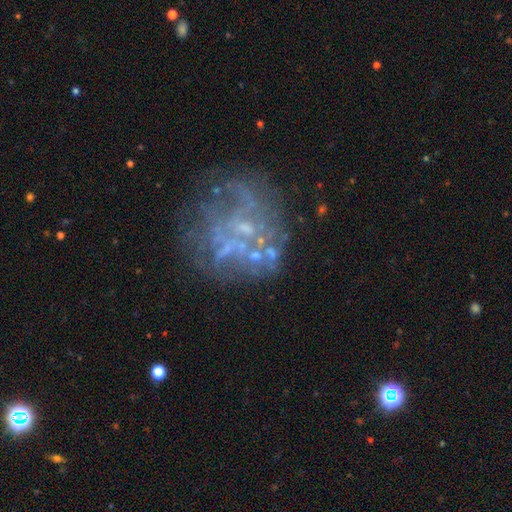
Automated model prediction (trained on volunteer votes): Q: Smooth or featured?
A: featured or disk (59%); runner-up: star or artifact (23%)
Q: Edge-on disk?
A: no (98%); runner-up: yes (2%)
Q: Bar?
A: no (85%); runner-up: weak (11%)
Q: Spiral arms?
A: no (78%); runner-up: yes (22%)
Q: Bulge size?
A: none (49%); runner-up: small (27%)
Q: Merging?
A: none (45%); runner-up: major disturbance (25%)